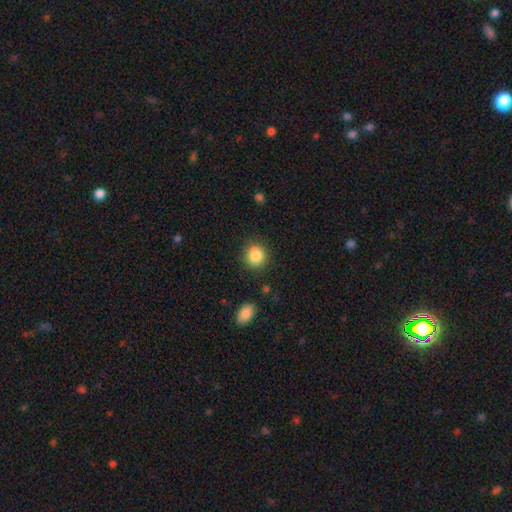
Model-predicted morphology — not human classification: smooth-or-featured: smooth: 86% | star or artifact: 9% | featured or disk: 5%
  how-rounded: round: 85% | in between: 14% | cigar-shaped: 1%
  merging: none: 86% | minor disturbance: 9% | major disturbance: 3% | merger: 2%